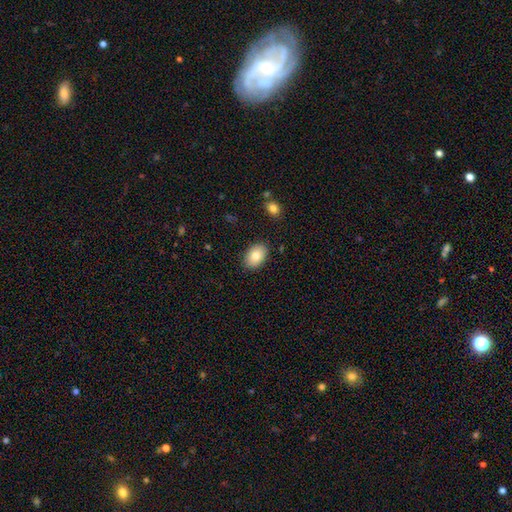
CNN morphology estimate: Smooth or featured?
  - smooth: 82% *
  - featured or disk: 11%
  - star or artifact: 7%
How rounded?
  - in between: 87% *
  - round: 11%
  - cigar-shaped: 1%
Merging?
  - none: 87% *
  - minor disturbance: 9%
  - major disturbance: 2%
  - merger: 1%